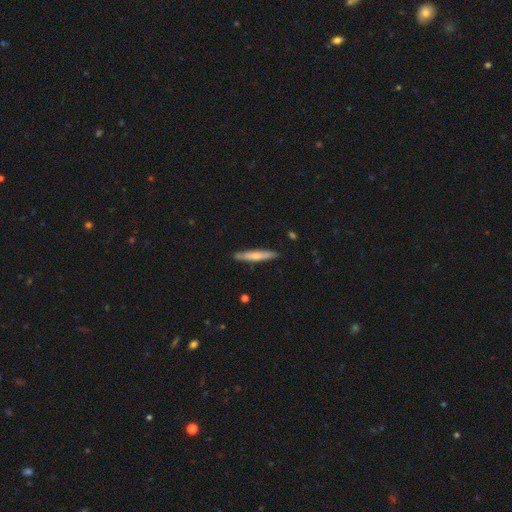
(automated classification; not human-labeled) This is possibly a smooth galaxy (60%). How rounded: clearly cigar-shaped (92%). Merging: clearly none (86%).